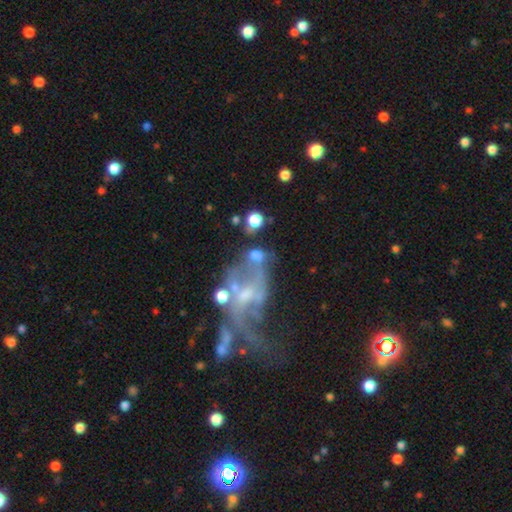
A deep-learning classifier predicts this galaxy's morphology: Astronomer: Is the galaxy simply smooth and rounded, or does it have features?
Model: smooth — 49% (runner-up: featured or disk, 36%).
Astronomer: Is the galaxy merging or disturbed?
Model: none — 33% (runner-up: merger, 29%).